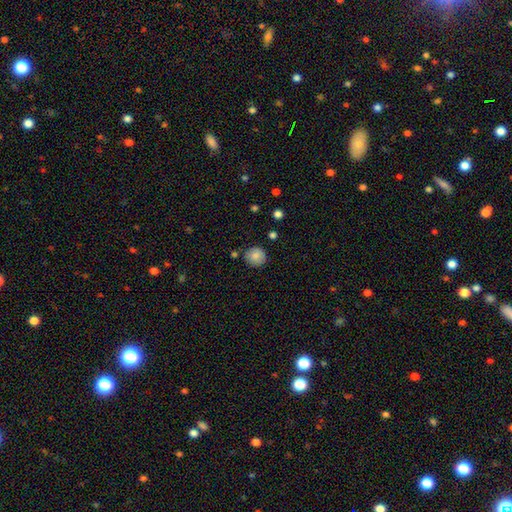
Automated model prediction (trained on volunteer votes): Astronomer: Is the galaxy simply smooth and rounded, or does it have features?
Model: smooth — 84%.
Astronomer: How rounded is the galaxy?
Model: round — 91%.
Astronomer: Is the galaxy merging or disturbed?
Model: none — 83%.